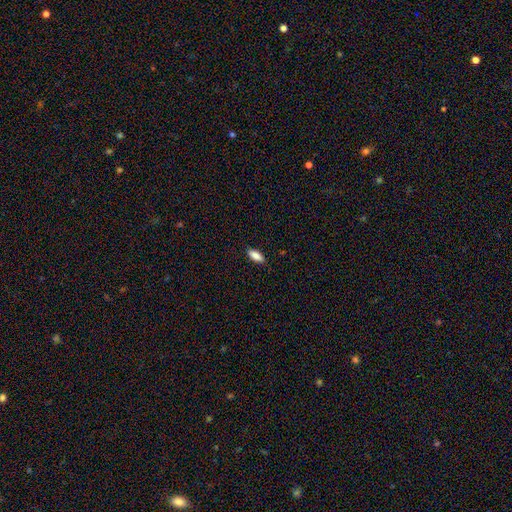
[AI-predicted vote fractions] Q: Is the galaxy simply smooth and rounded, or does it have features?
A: smooth — 86%.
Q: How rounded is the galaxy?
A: in between — 76%.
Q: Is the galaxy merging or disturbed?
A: none — 88%.